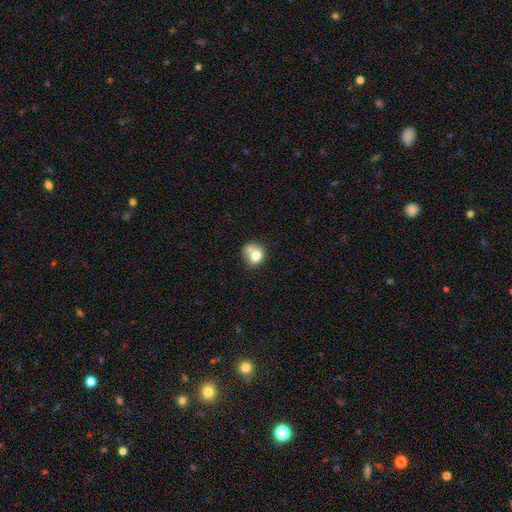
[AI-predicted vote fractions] Smooth or featured? smooth (72%)
How rounded? round (64%)
Merging? merger (43%)